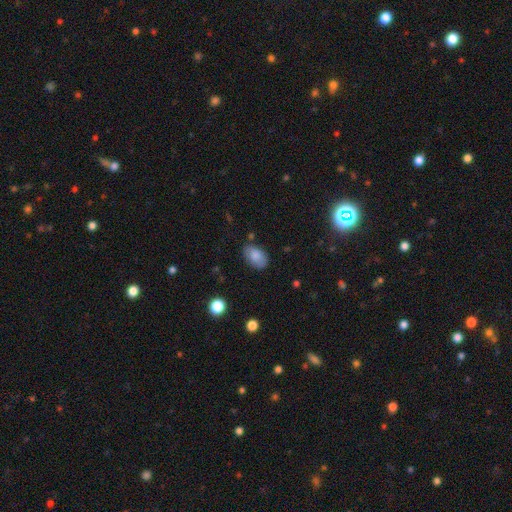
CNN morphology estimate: type=smooth (81%); roundness=in between (89%); merging=none (77%).